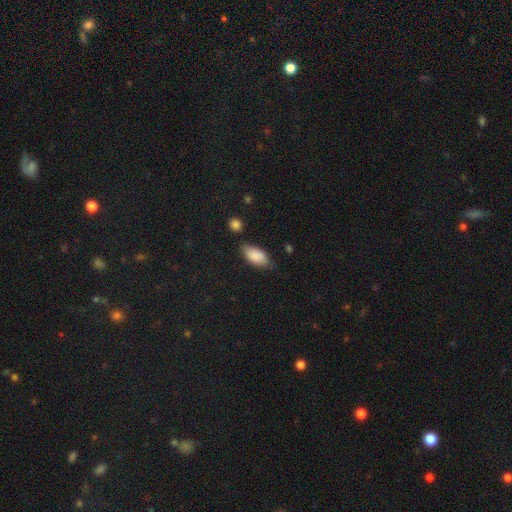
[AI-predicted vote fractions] A smooth galaxy with no disk features (87%) that is in between round and cigar-shaped (91%). Merging: none (70%).